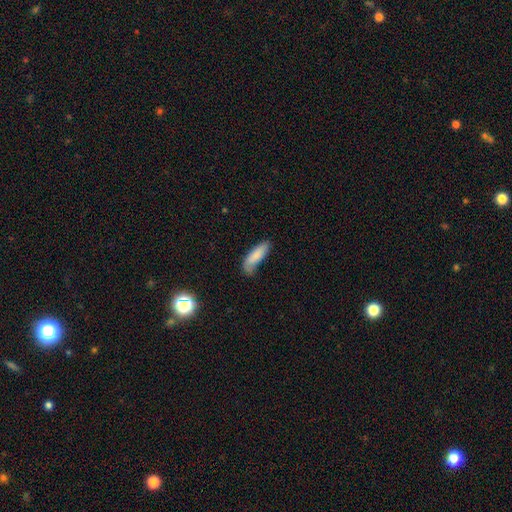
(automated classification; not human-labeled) smooth 83%, featured or disk 10%, star or artifact 6%. Down the decision tree: how rounded — in between (51%); merging — none (58%).